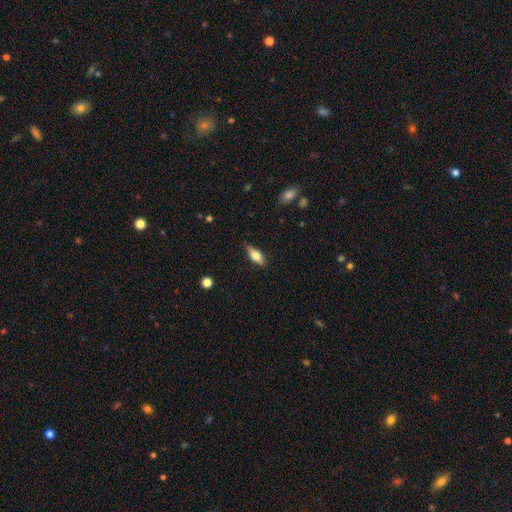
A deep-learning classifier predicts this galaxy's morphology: type=smooth (57%); roundness=in between (63%); merging=none (84%).